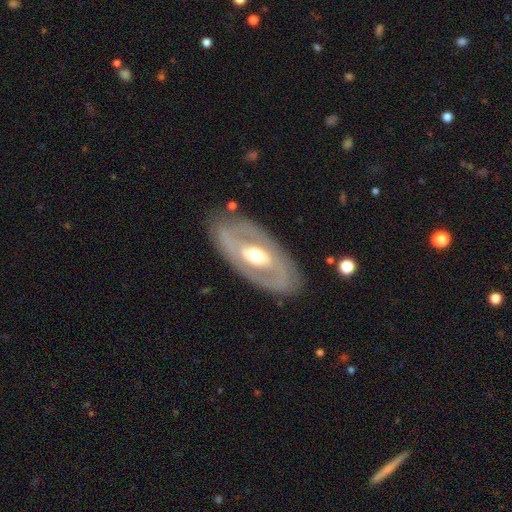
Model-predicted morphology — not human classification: smooth_or_featured: featured or disk (p=0.74) [alt: smooth p=0.21]
disk_edge_on: no (p=0.89) [alt: yes p=0.11]
bar: no (p=0.44) [alt: weak p=0.31]
has_spiral_arms: no (p=0.58) [alt: yes p=0.42]
bulge_size: moderate (p=0.68) [alt: small p=0.18]
merging: none (p=0.81) [alt: minor disturbance p=0.12]